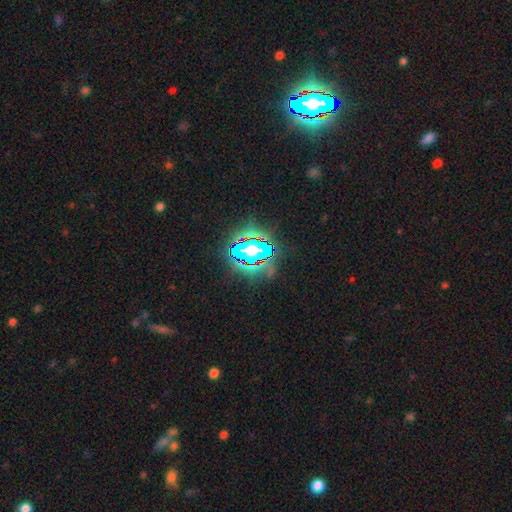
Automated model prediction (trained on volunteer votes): A star or artifact, not a galaxy (80%).

Vote fractions:
- Smooth or featured? star or artifact: 80% / smooth: 12% / featured or disk: 8%